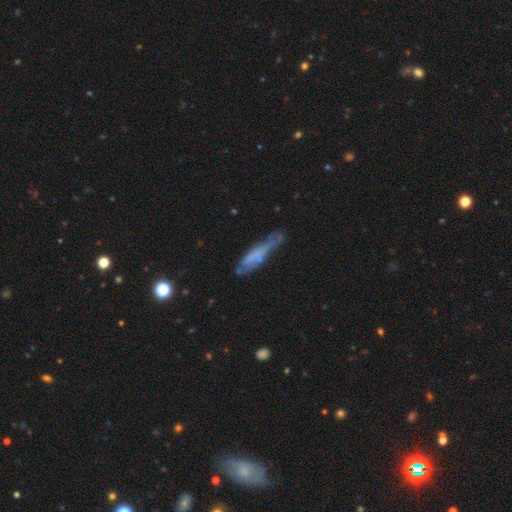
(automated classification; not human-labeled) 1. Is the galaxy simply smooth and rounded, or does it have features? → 51% smooth, 39% featured or disk, 10% star or artifact.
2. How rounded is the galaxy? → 82% cigar-shaped, 17% in between, 2% round.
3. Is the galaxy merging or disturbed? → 39% none, 31% minor disturbance, 22% major disturbance, 8% merger.